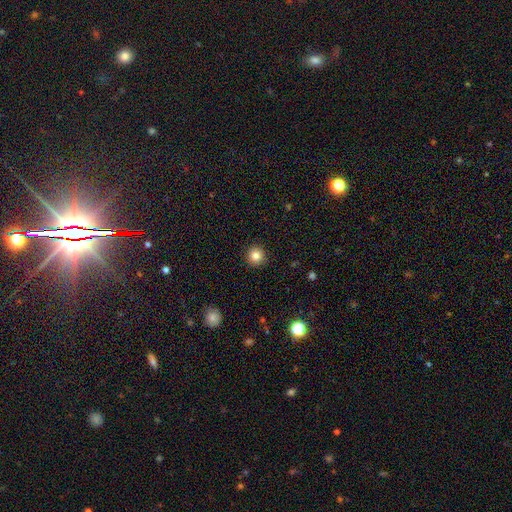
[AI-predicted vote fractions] smooth_or_featured: smooth (p=0.83) [alt: star or artifact p=0.11]
how_rounded: round (p=0.95) [alt: in between p=0.04]
merging: none (p=0.92) [alt: minor disturbance p=0.05]